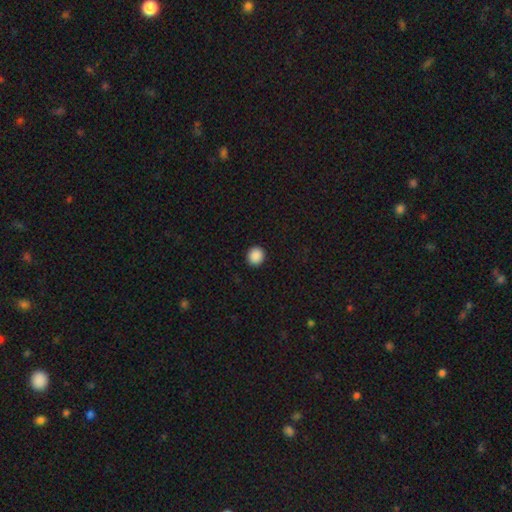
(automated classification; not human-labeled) Morphology: type=smooth (89%); roundness=round (86%); merging=none (93%).